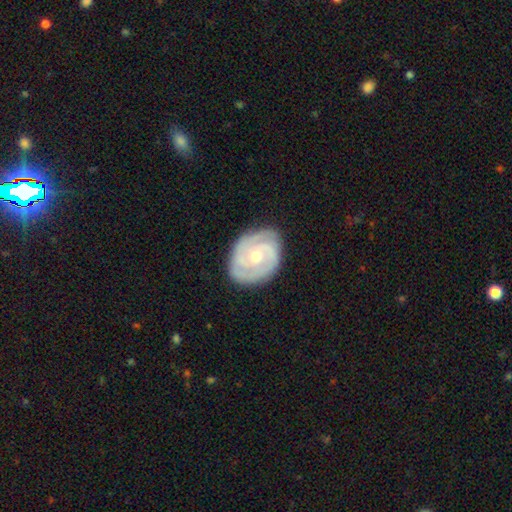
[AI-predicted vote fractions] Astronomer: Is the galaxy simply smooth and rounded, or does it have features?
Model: featured or disk — 86%.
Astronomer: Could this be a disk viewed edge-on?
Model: no — 97%.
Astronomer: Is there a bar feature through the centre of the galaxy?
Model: no — 64%.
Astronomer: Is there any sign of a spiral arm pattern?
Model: yes — 97%.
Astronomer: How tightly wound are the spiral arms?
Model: tight — 66%.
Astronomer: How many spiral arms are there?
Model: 2 — 39% (runner-up: 3, 34%).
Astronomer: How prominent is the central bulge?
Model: moderate — 51% (runner-up: small, 46%).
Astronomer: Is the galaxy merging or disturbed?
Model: none — 80%.